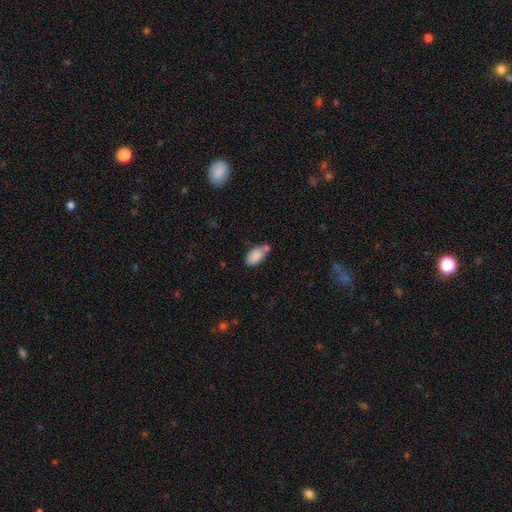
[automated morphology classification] Overall: smooth (85%). How rounded: in between (93%). Merging: none (46%; merger 29%).